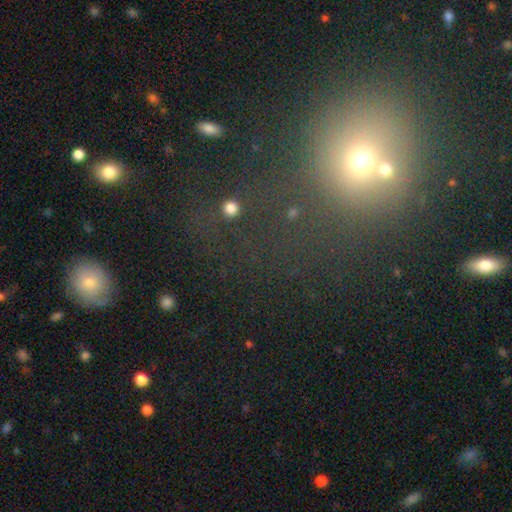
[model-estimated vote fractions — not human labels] smooth 45%, star or artifact 42%, featured or disk 14%. Down the decision tree: merging — none (53%).